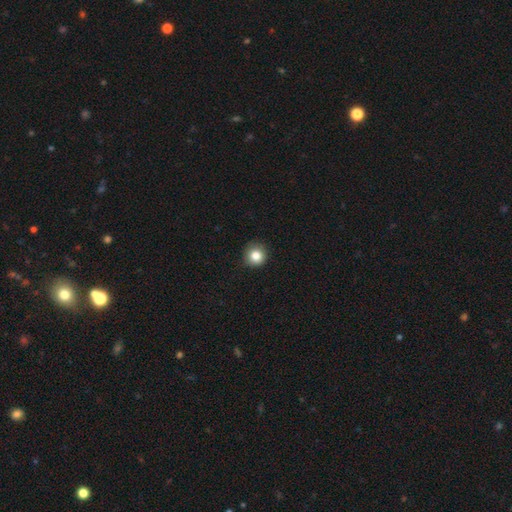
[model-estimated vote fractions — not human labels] Overall: smooth (82%). How rounded: round (93%). Merging: none (88%).